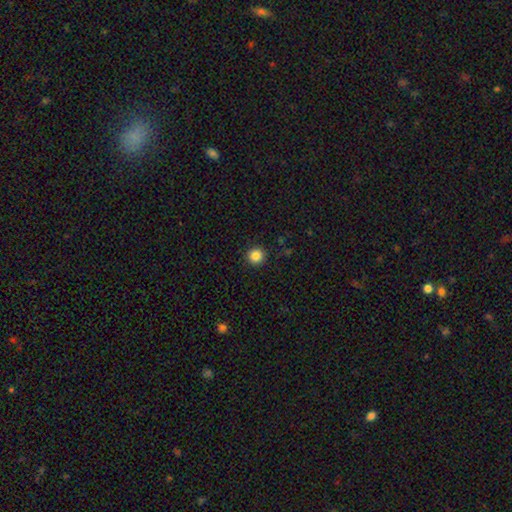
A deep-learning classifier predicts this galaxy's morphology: The model was most divided on "smooth or featured": smooth: 85%, star or artifact: 11%, featured or disk: 4%. More confident: how rounded — round (95%); merging — none (93%).